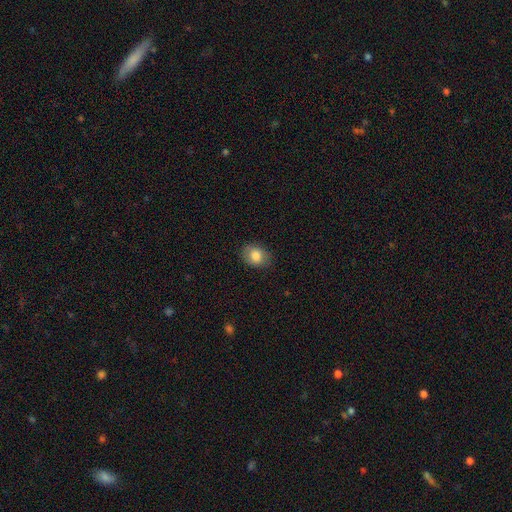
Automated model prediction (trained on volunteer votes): Smooth or featured?
  - smooth: 81% *
  - featured or disk: 10%
  - star or artifact: 8%
How rounded?
  - in between: 64% *
  - round: 35%
  - cigar-shaped: 1%
Merging?
  - none: 82% *
  - minor disturbance: 14%
  - major disturbance: 3%
  - merger: 1%